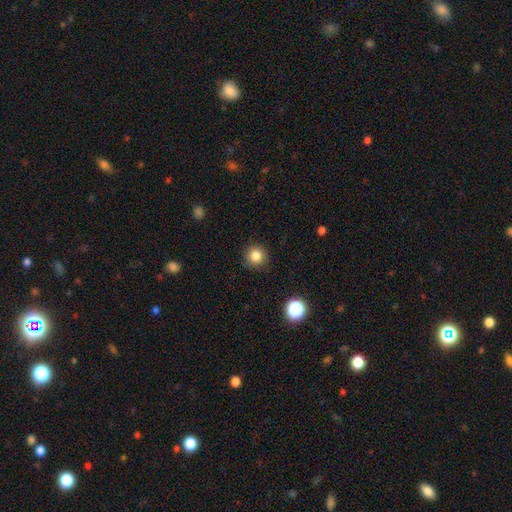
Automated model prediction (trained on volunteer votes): The model was most divided on "smooth or featured": smooth: 82%, star or artifact: 12%, featured or disk: 5%. More confident: how rounded — round (94%); merging — none (91%).